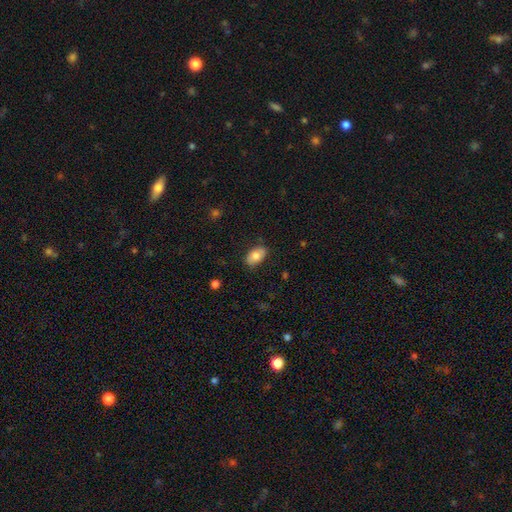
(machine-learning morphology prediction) type=smooth (78%); roundness=in between (92%); merging=none (82%).